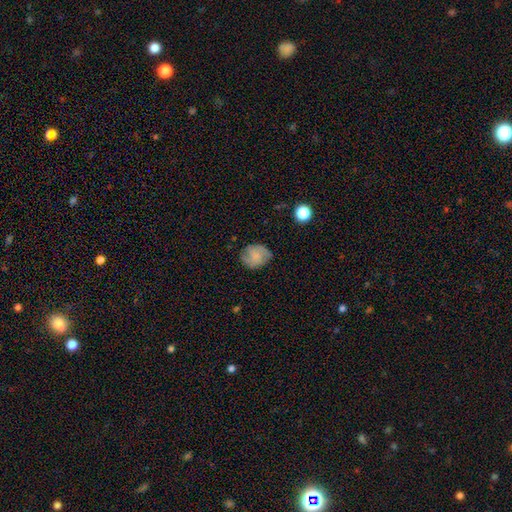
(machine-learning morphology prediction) smooth 48%, featured or disk 42%, star or artifact 10%. Down the decision tree: merging — none (71%).